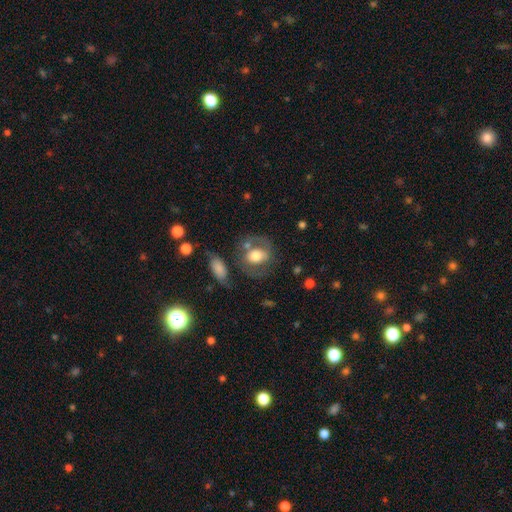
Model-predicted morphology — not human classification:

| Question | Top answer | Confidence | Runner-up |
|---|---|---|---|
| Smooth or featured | featured or disk | 47% | smooth (46%) |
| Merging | none | 61% | minor disturbance (17%) |